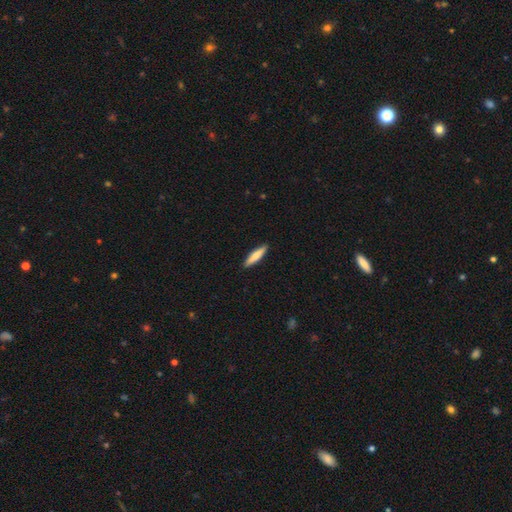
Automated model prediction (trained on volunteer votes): Smooth or featured: smooth — 77% (featured or disk — 18%)
How rounded: cigar-shaped — 84% (in between — 14%)
Merging: none — 91% (minor disturbance — 6%)